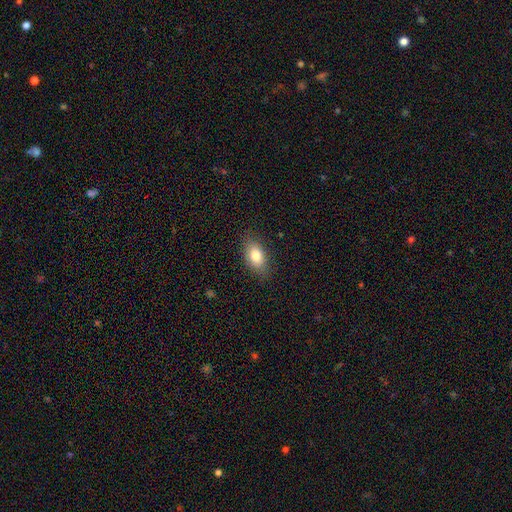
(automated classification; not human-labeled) Smooth or featured? Predicted: smooth (p=0.81). How rounded? Predicted: in between (p=0.89). Merging? Predicted: none (p=0.84).